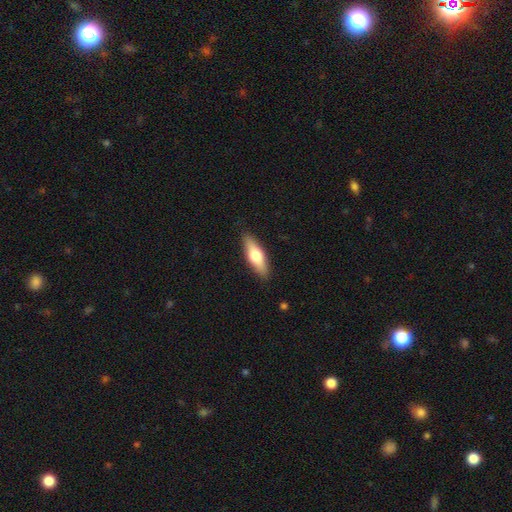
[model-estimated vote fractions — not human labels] Smooth or featured: smooth — 61% (featured or disk — 33%)
How rounded: in between — 51% (cigar-shaped — 46%)
Merging: none — 89% (minor disturbance — 9%)